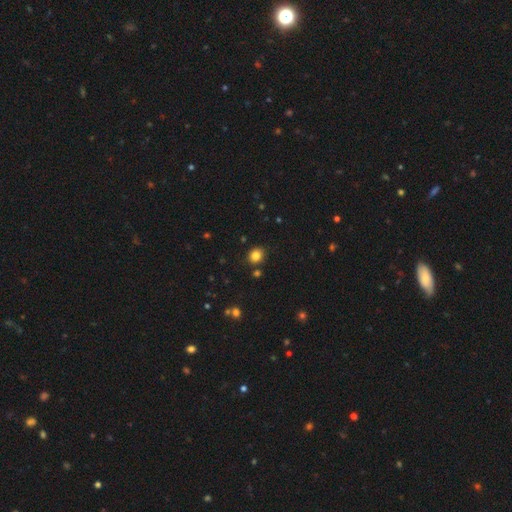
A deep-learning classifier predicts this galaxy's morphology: Q: Smooth or featured?
A: smooth (83%); runner-up: star or artifact (12%)
Q: How rounded?
A: round (68%); runner-up: in between (32%)
Q: Merging?
A: none (85%); runner-up: minor disturbance (9%)